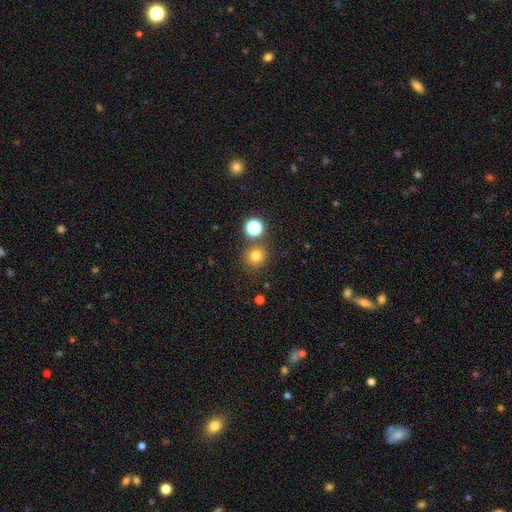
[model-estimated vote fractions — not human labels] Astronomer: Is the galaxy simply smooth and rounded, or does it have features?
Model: smooth — 76%.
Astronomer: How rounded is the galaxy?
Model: round — 91%.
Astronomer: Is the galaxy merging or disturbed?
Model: none — 80%.